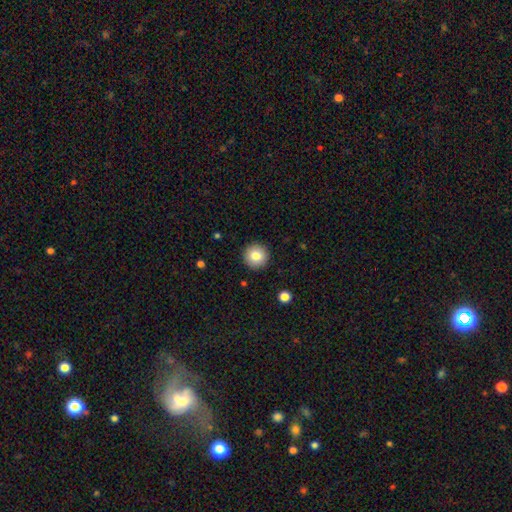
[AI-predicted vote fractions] Q: Smooth or featured?
A: smooth (82%); runner-up: star or artifact (9%)
Q: How rounded?
A: round (96%); runner-up: in between (3%)
Q: Merging?
A: none (92%); runner-up: minor disturbance (5%)